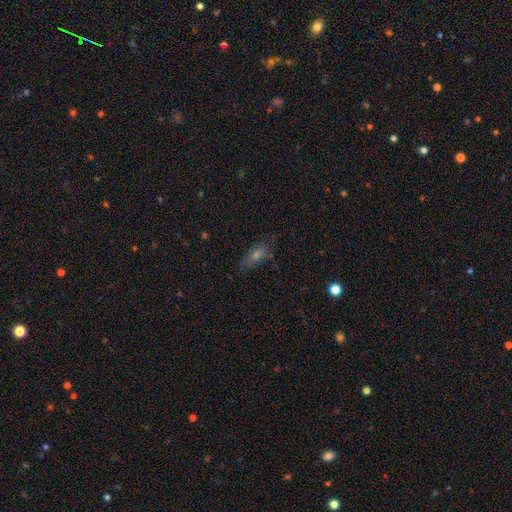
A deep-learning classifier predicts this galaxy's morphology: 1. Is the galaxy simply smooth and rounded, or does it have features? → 52% smooth, 29% featured or disk, 19% star or artifact.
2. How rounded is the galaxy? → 55% in between, 40% cigar-shaped, 5% round.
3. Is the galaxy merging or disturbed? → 74% none, 18% minor disturbance, 6% major disturbance, 2% merger.